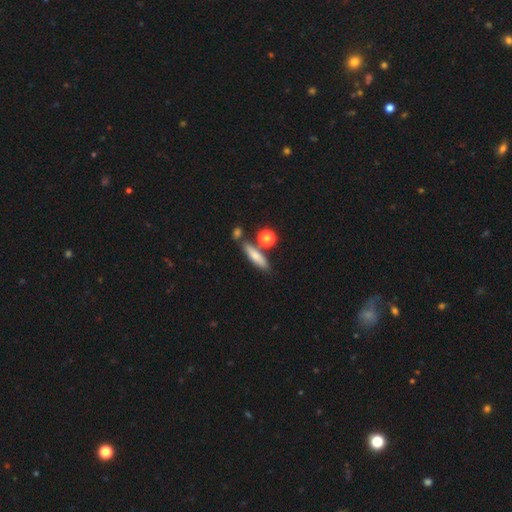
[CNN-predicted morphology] Smooth or featured?
  - smooth: 73% *
  - featured or disk: 19%
  - star or artifact: 8%
How rounded?
  - cigar-shaped: 62% *
  - in between: 31%
  - round: 6%
Merging?
  - none: 71% *
  - merger: 13%
  - minor disturbance: 13%
  - major disturbance: 4%